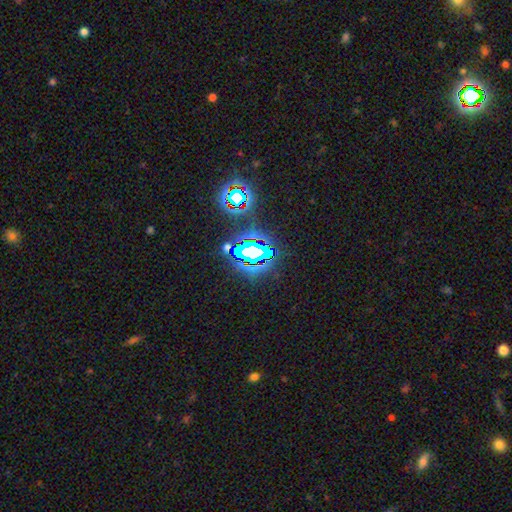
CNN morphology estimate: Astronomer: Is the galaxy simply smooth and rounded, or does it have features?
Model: star or artifact — 68%.